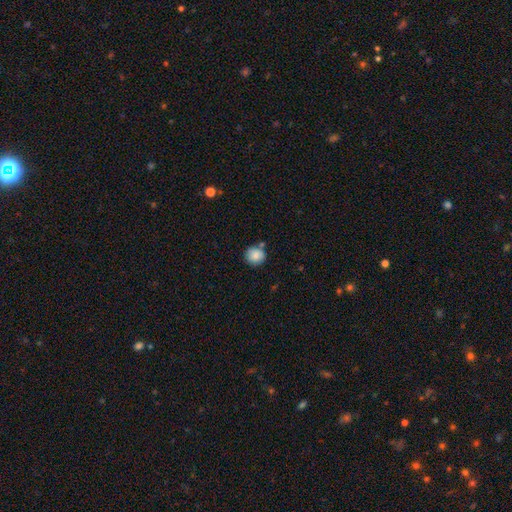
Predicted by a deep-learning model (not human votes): This is clearly a smooth galaxy (86%). How rounded: clearly round (89%). Merging: likely none (74%).